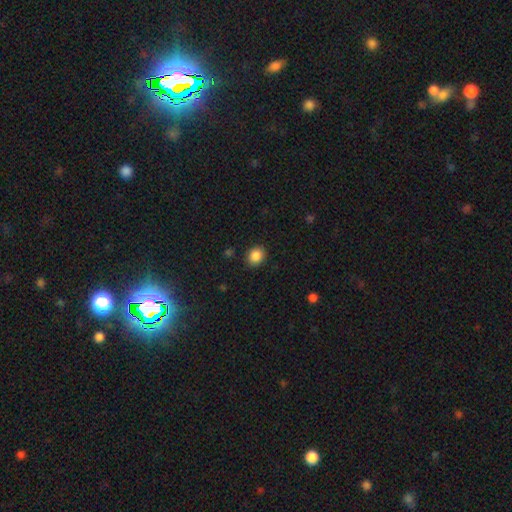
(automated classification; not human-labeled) smooth_or_featured: smooth (p=0.87) [alt: star or artifact p=0.09]
how_rounded: round (p=0.67) [alt: in between p=0.32]
merging: none (p=0.89) [alt: minor disturbance p=0.08]